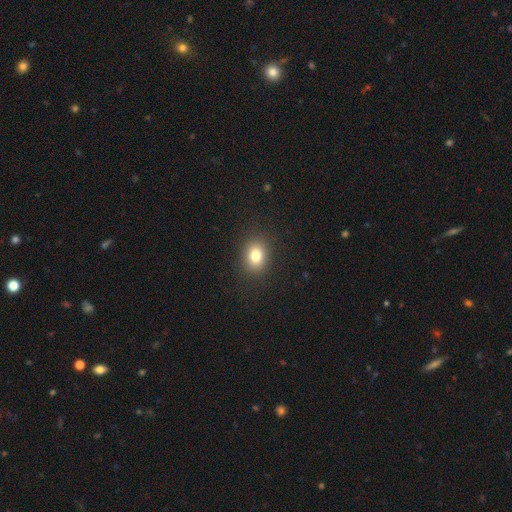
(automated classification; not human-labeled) Smooth or featured?
  - smooth: 80% *
  - star or artifact: 12%
  - featured or disk: 8%
How rounded?
  - round: 50% *
  - in between: 49%
  - cigar-shaped: 1%
Merging?
  - none: 89% *
  - minor disturbance: 7%
  - major disturbance: 3%
  - merger: 1%